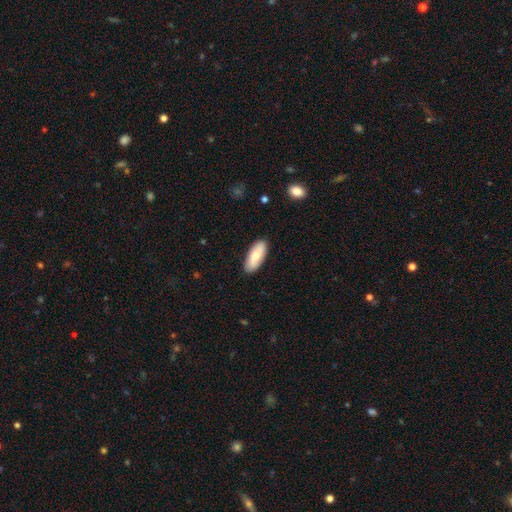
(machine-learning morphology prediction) A smooth galaxy with no disk features (75%) that is in between round and cigar-shaped (78%).

Vote fractions:
- Smooth or featured? smooth: 75% / featured or disk: 19% / star or artifact: 5%
- How rounded? in between: 78% / cigar-shaped: 20% / round: 2%
- Merging? none: 88% / minor disturbance: 9% / major disturbance: 2% / merger: 1%